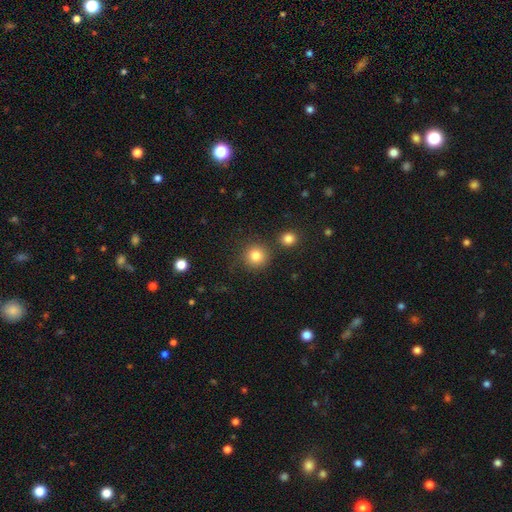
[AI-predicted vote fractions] smooth_or_featured: smooth (p=0.82) [alt: star or artifact p=0.11]
how_rounded: round (p=0.93) [alt: in between p=0.06]
merging: none (p=0.83) [alt: minor disturbance p=0.08]